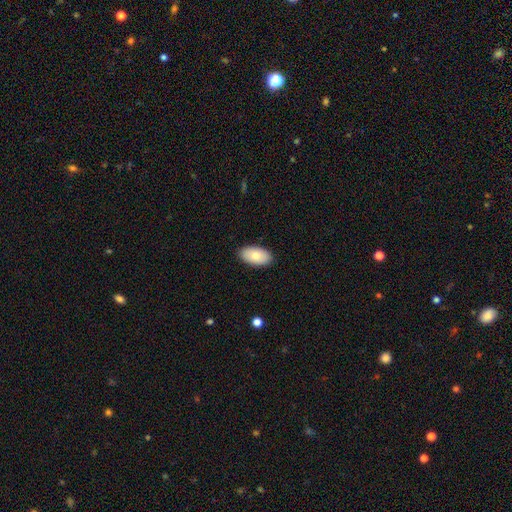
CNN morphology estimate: Smooth or featured? smooth (79%)
How rounded? in between (95%)
Merging? none (89%)